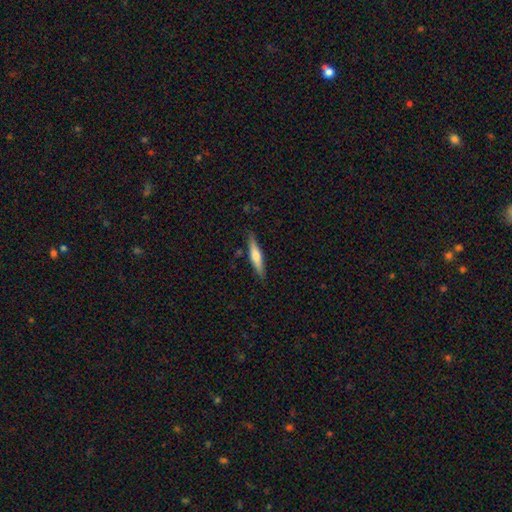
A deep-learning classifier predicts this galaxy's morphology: Smooth or featured?
  - smooth: 54% *
  - featured or disk: 40%
  - star or artifact: 6%
How rounded?
  - cigar-shaped: 86% *
  - in between: 12%
  - round: 1%
Merging?
  - none: 86% *
  - minor disturbance: 10%
  - major disturbance: 2%
  - merger: 2%